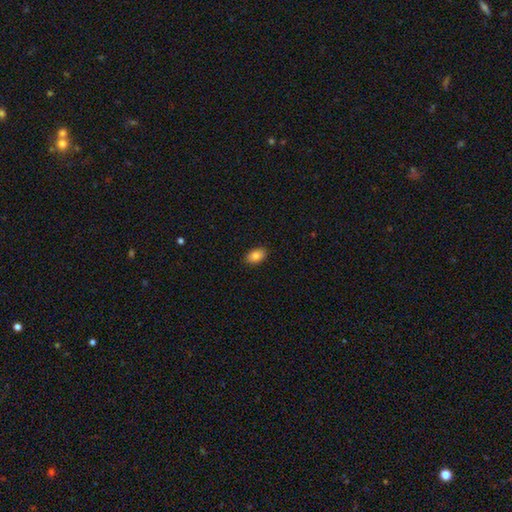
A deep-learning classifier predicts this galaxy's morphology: A smooth galaxy with no disk features (86%) that is in between round and cigar-shaped (88%). Merging: none (89%).